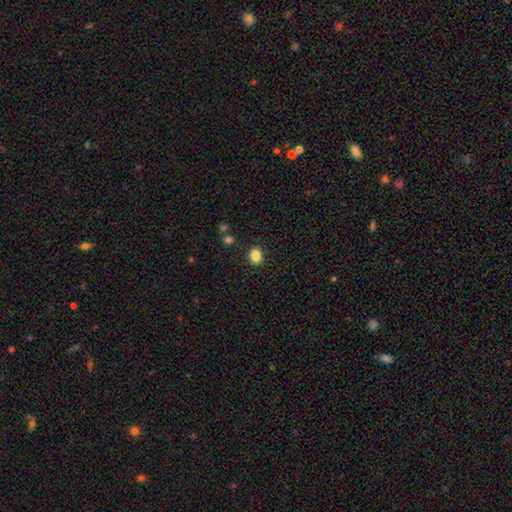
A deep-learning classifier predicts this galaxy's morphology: Smooth or featured? Predicted: smooth (p=0.85). How rounded? Predicted: round (p=0.66). Merging? Predicted: none (p=0.88).